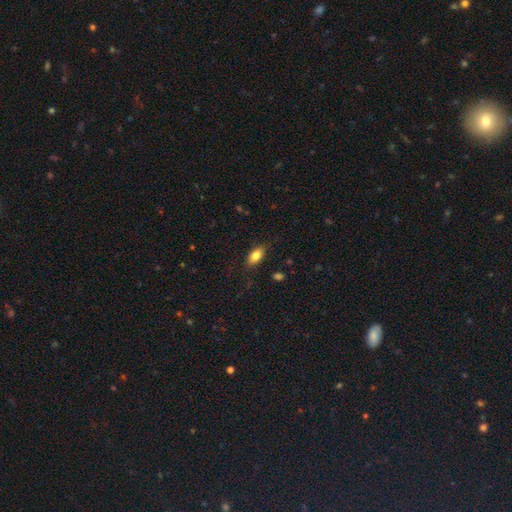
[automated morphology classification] Smooth or featured? Predicted: smooth (p=0.80). How rounded? Predicted: in between (p=0.86). Merging? Predicted: none (p=0.82).